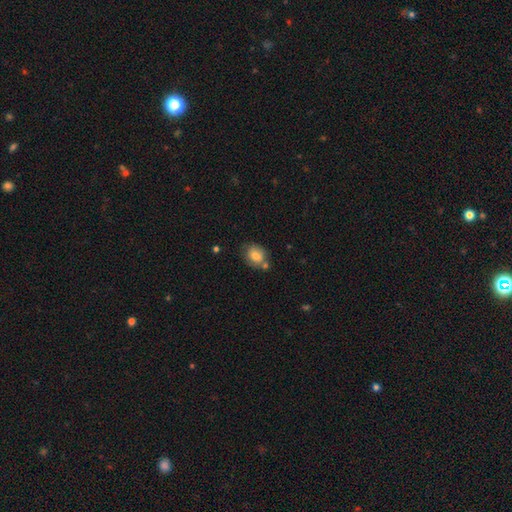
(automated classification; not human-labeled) Smooth or featured? smooth (76%)
How rounded? in between (50%)
Merging? none (61%)